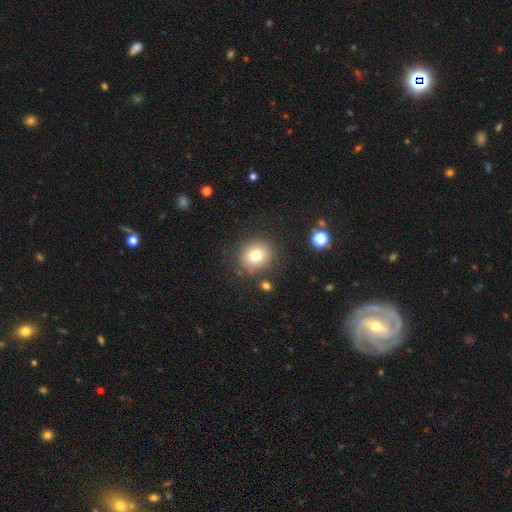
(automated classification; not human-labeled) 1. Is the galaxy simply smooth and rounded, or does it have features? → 76% smooth, 13% star or artifact, 11% featured or disk.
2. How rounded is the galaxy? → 86% round, 13% in between, 1% cigar-shaped.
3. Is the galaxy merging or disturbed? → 84% none, 9% minor disturbance, 3% major disturbance, 3% merger.